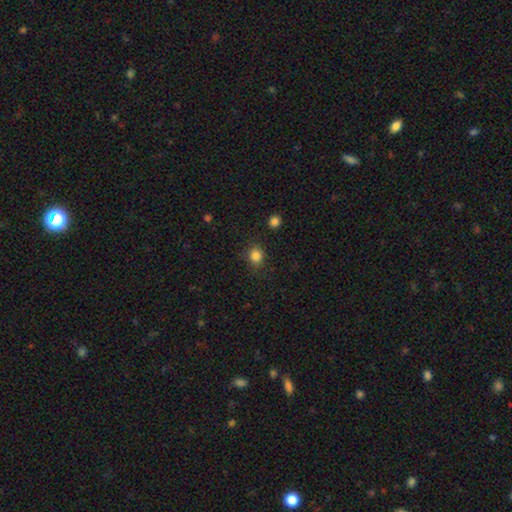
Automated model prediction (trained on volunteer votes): Q: Smooth or featured?
A: smooth (84%); runner-up: star or artifact (12%)
Q: How rounded?
A: round (74%); runner-up: in between (25%)
Q: Merging?
A: none (85%); runner-up: minor disturbance (10%)